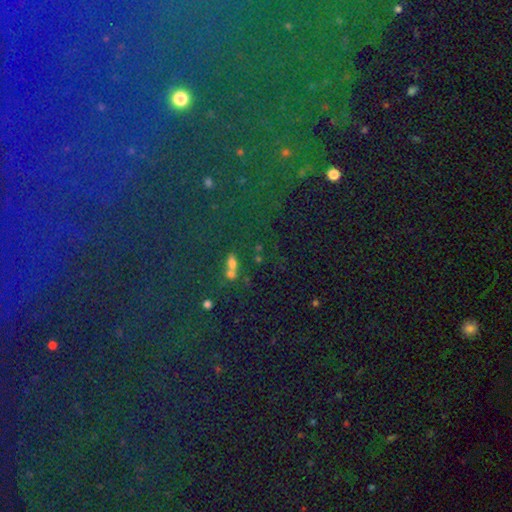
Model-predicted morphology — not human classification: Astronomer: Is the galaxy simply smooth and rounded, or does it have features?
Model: star or artifact — 77%.